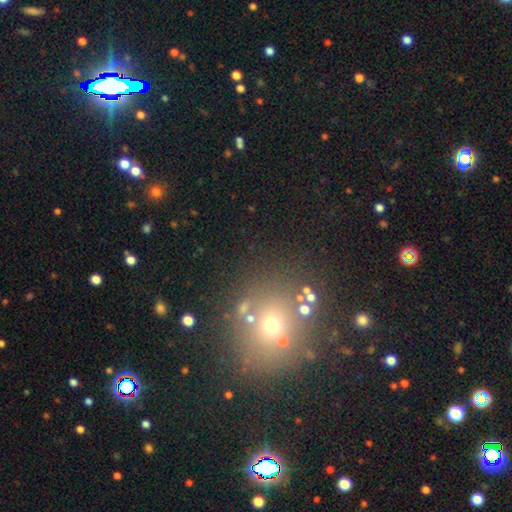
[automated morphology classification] type=star or artifact (45%).